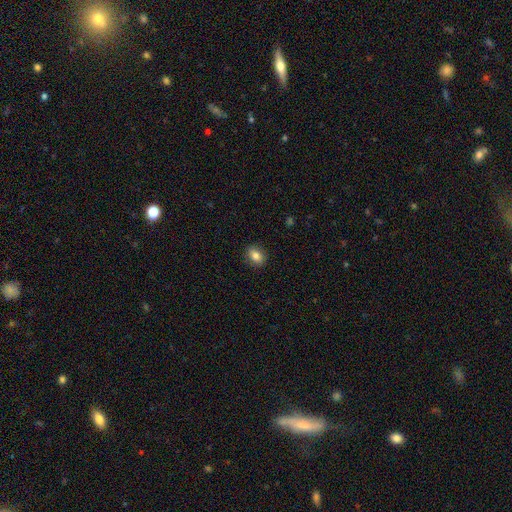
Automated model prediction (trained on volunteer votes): Smooth or featured? smooth (80%)
How rounded? in between (52%)
Merging? none (87%)